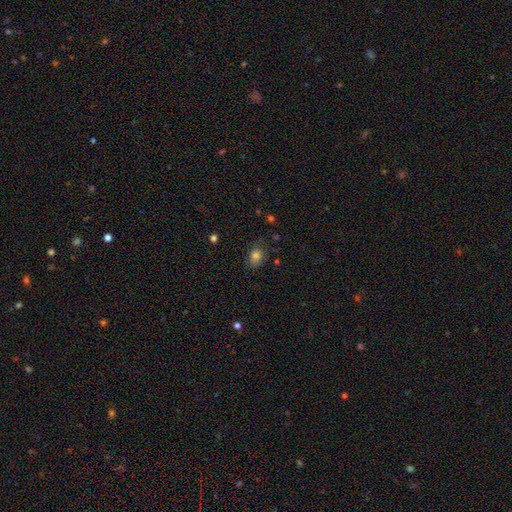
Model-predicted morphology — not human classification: Smooth or featured: smooth — 79% (star or artifact — 13%)
How rounded: in between — 64% (round — 35%)
Merging: none — 74% (minor disturbance — 20%)